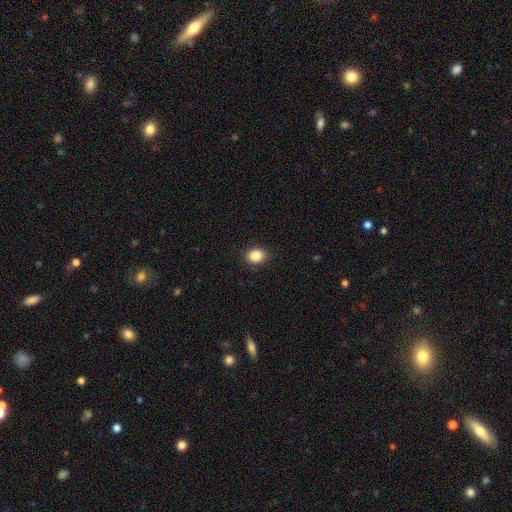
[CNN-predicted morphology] Overall: smooth (86%). How rounded: round (50%; in between 49%). Merging: none (89%).